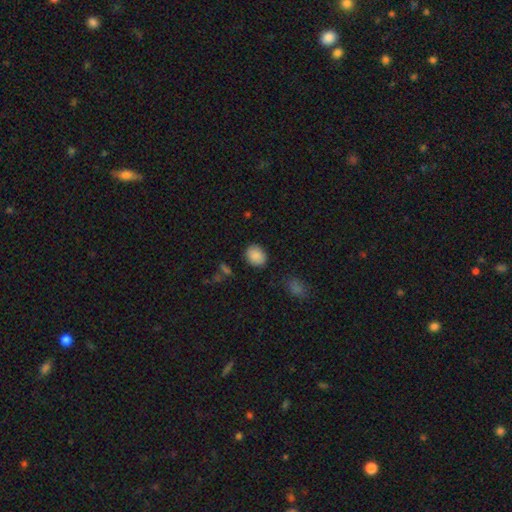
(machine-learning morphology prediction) Smooth or featured? Predicted: smooth (p=0.88). How rounded? Predicted: in between (p=0.50). Merging? Predicted: none (p=0.85).